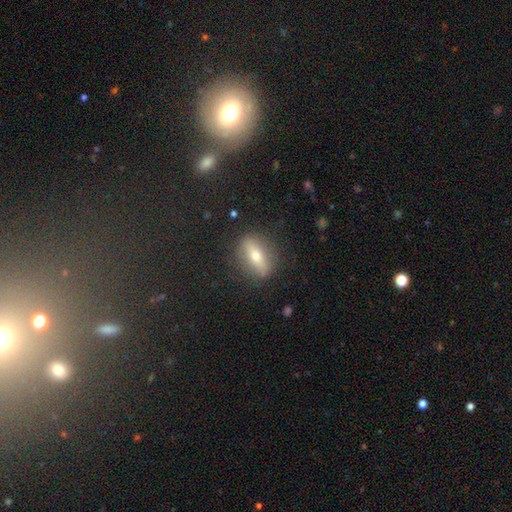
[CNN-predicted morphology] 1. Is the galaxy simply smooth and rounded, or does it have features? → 45% smooth, 44% featured or disk, 11% star or artifact.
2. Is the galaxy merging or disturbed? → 85% none, 10% minor disturbance, 4% major disturbance, 1% merger.